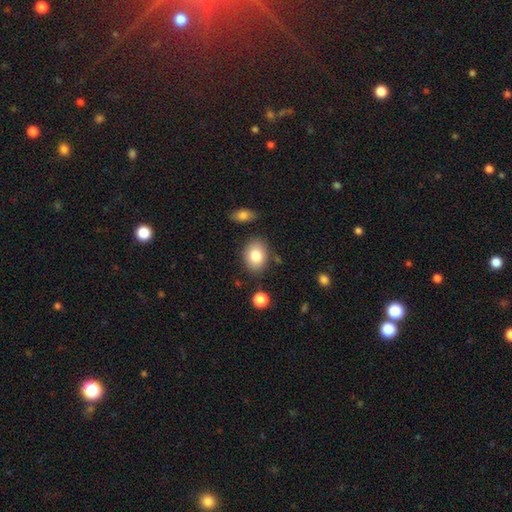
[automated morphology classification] smooth_or_featured: smooth (p=0.81) [alt: featured or disk p=0.11]
how_rounded: in between (p=0.62) [alt: round p=0.37]
merging: none (p=0.81) [alt: minor disturbance p=0.12]